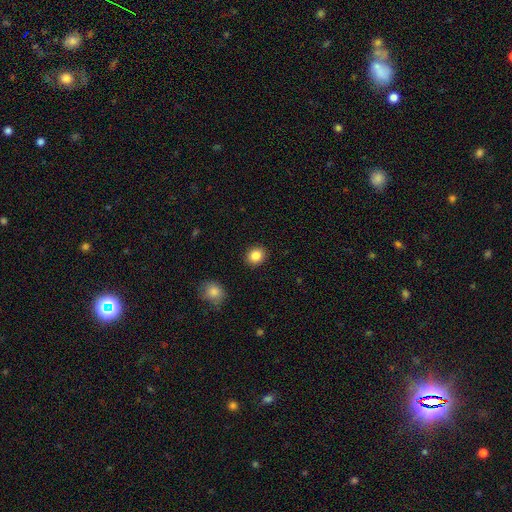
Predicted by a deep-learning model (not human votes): Smooth or featured?
  - smooth: 85% *
  - star or artifact: 9%
  - featured or disk: 5%
How rounded?
  - round: 76% *
  - in between: 23%
  - cigar-shaped: 1%
Merging?
  - none: 91% *
  - minor disturbance: 6%
  - major disturbance: 2%
  - merger: 1%